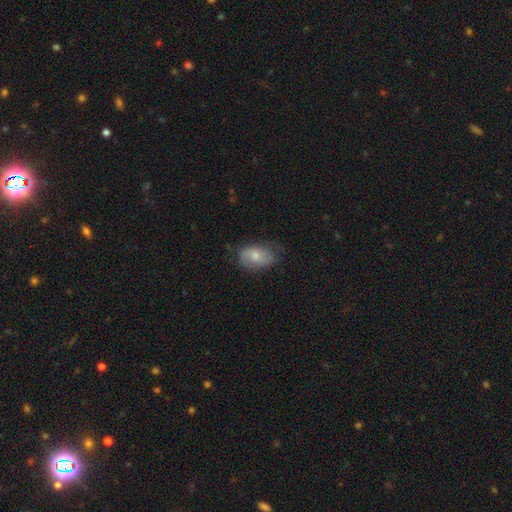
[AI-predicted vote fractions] Smooth or featured? Predicted: smooth (p=0.51). How rounded? Predicted: in between (p=0.83). Merging? Predicted: none (p=0.60).